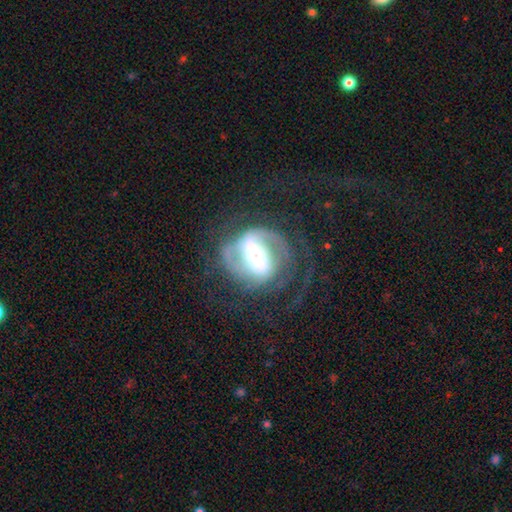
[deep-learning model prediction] A featured or disk galaxy (84%) with a strong bar (49%), 2 (77%) medium (46%) spiral arms (89%) and a moderate central bulge (59%). Merging: none (61%).